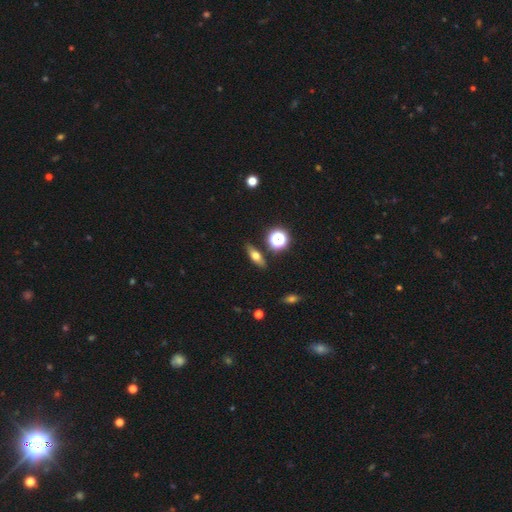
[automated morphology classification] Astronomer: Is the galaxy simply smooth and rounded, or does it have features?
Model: smooth — 53% (runner-up: featured or disk, 34%).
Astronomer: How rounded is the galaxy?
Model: in between — 49% (runner-up: cigar-shaped, 39%).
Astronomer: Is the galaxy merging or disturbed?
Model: none — 85%.